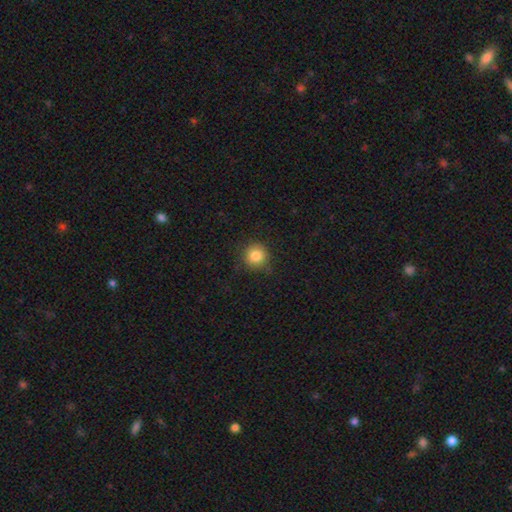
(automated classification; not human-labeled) This appears to be a smooth galaxy with no disk features (84%) that is round (93%). Merging: none (82%).